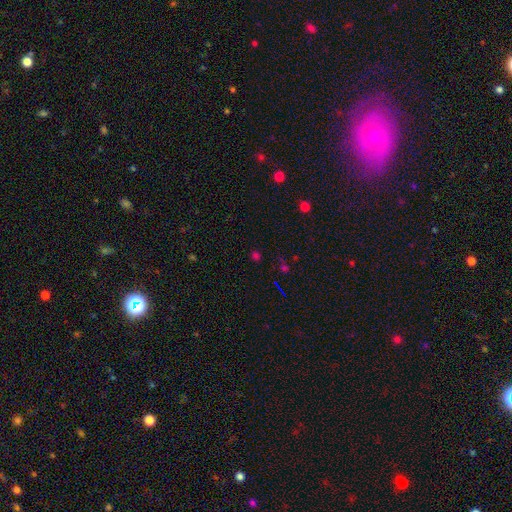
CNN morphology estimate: A star or artifact, not a galaxy (47%, tied with smooth).

Vote fractions:
- Smooth or featured? star or artifact: 47% (tied) / smooth: 47% (tied) / featured or disk: 6%